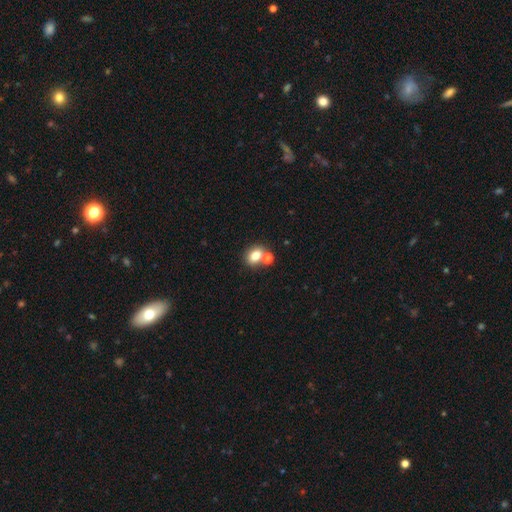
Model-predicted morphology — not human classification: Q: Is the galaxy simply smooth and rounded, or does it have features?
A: smooth — 79%.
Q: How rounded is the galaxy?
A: in between — 58%.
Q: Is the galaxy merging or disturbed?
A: none — 56%.